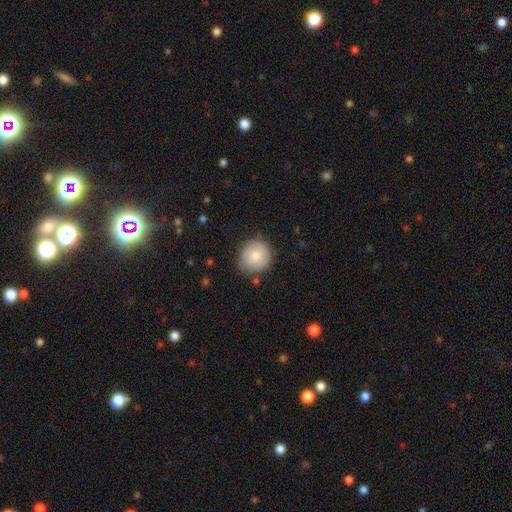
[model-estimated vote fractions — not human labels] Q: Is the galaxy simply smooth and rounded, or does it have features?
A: smooth — 79%.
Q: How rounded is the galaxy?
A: round — 89%.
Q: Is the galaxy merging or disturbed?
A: none — 76%.